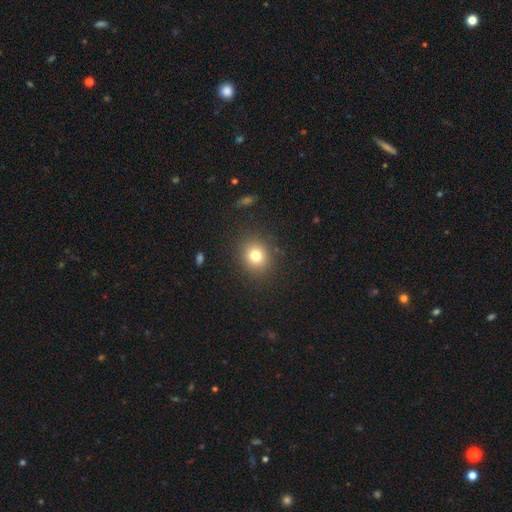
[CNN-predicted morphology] smooth_or_featured: smooth (p=0.78) [alt: star or artifact p=0.13]
how_rounded: round (p=0.81) [alt: in between p=0.18]
merging: none (p=0.89) [alt: minor disturbance p=0.07]